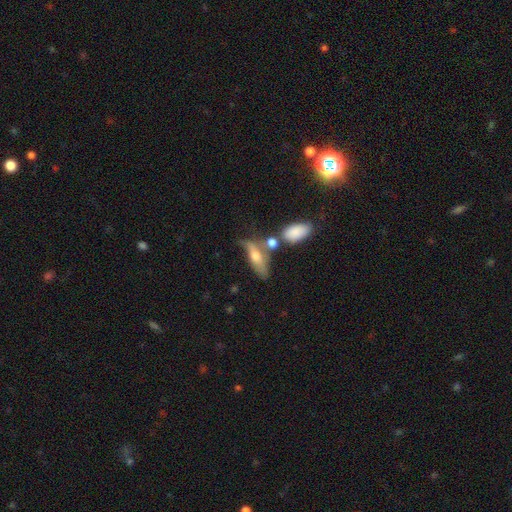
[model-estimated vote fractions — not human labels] smooth_or_featured: smooth (p=0.53) [alt: featured or disk p=0.37]
how_rounded: in between (p=0.62) [alt: cigar-shaped p=0.33]
merging: none (p=0.36) [alt: merger p=0.24]